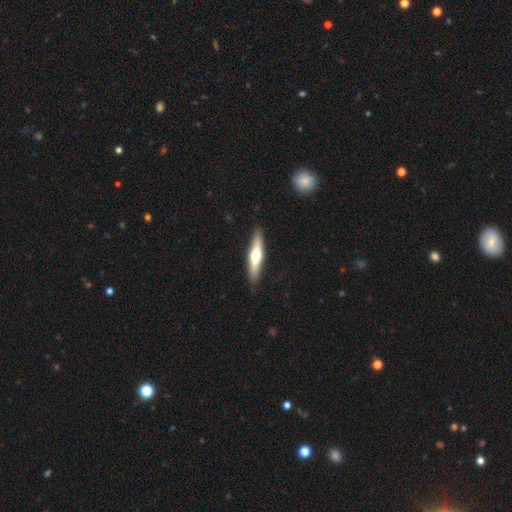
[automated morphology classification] This is possibly a featured or disk galaxy (53%). It is clearly viewed edge-on (93%). Merging: clearly none (89%).